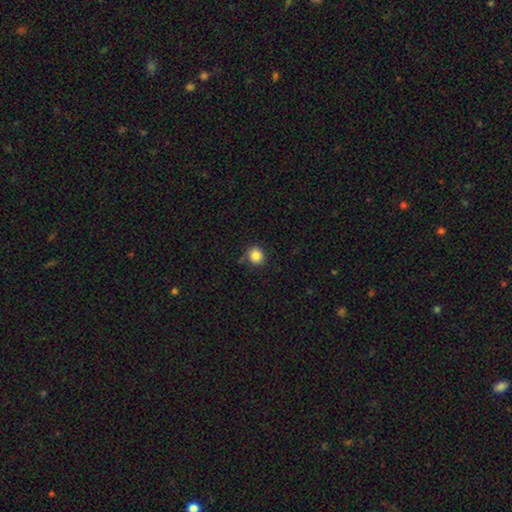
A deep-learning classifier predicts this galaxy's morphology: This is clearly a smooth galaxy (85%). How rounded: clearly round (85%). Merging: likely none (80%).